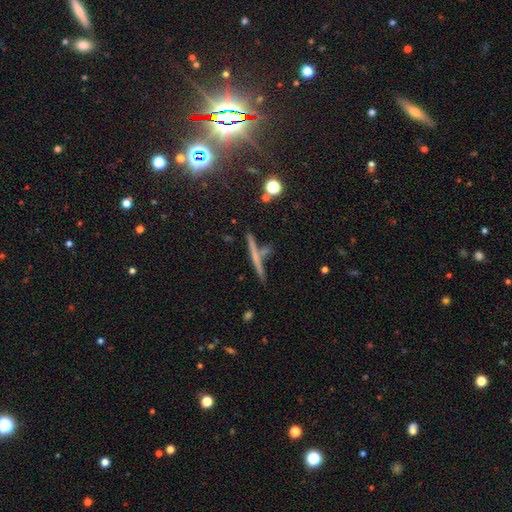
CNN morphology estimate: The model was most divided on "smooth or featured": featured or disk: 46%, smooth: 41%, star or artifact: 13%. More confident: merging — none (71%).